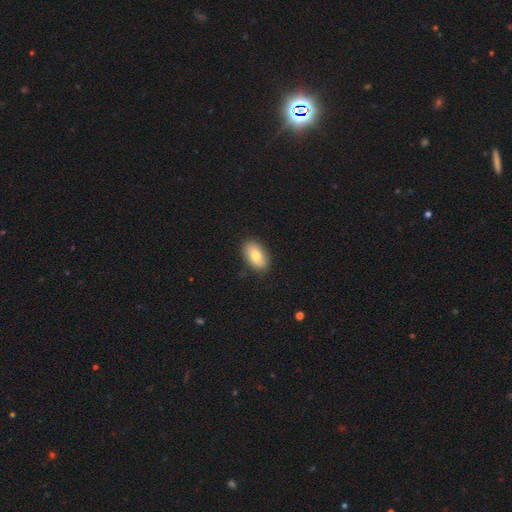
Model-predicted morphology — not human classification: Q: Smooth or featured?
A: smooth (77%); runner-up: featured or disk (16%)
Q: How rounded?
A: in between (92%); runner-up: round (6%)
Q: Merging?
A: none (87%); runner-up: minor disturbance (10%)